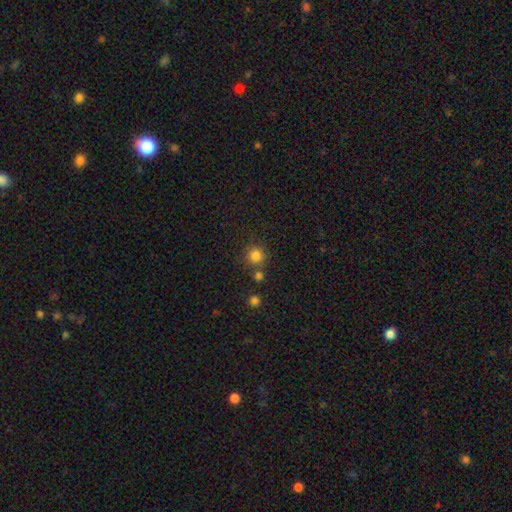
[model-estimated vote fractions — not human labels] smooth_or_featured: smooth (p=0.82) [alt: star or artifact p=0.13]
how_rounded: round (p=0.93) [alt: in between p=0.06]
merging: none (p=0.75) [alt: merger p=0.12]